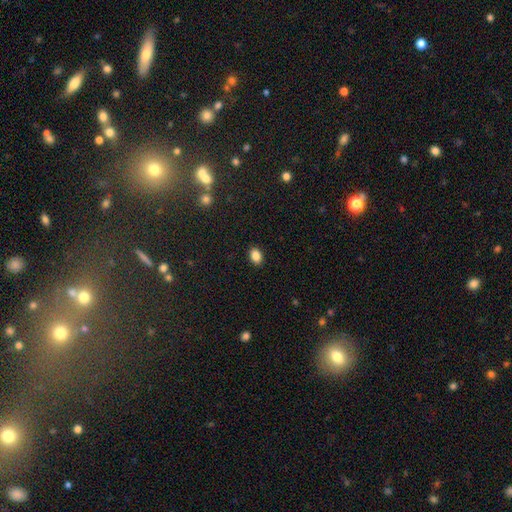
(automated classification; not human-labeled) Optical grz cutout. It shows a smooth galaxy with no disk features (86%) that is in between round and cigar-shaped (74%). Merging: none (90%).